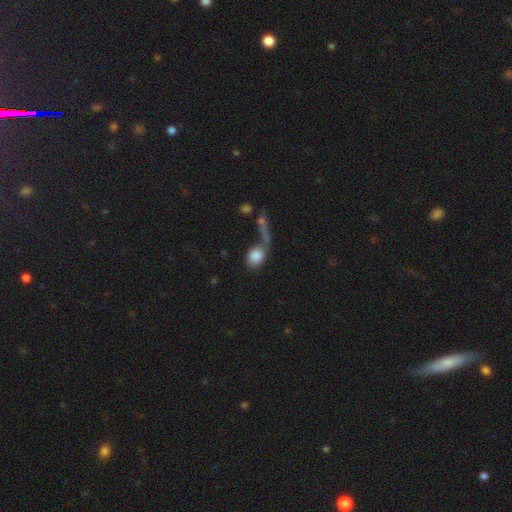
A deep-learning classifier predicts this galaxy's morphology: This is clearly a smooth galaxy (81%). How rounded: possibly in between (55%). Merging: marginally merger (37%).